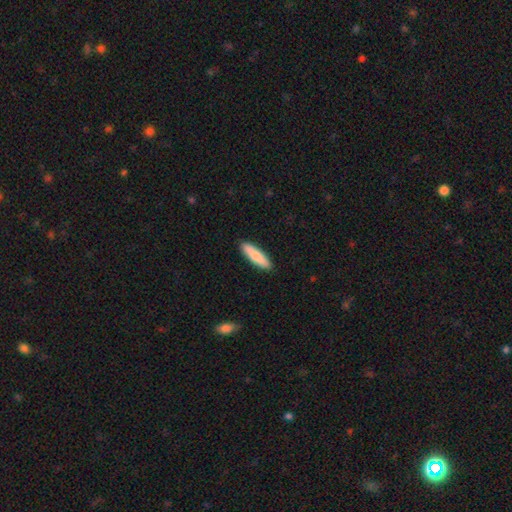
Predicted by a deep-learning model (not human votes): Smooth or featured? smooth (81%)
How rounded? cigar-shaped (72%)
Merging? none (90%)